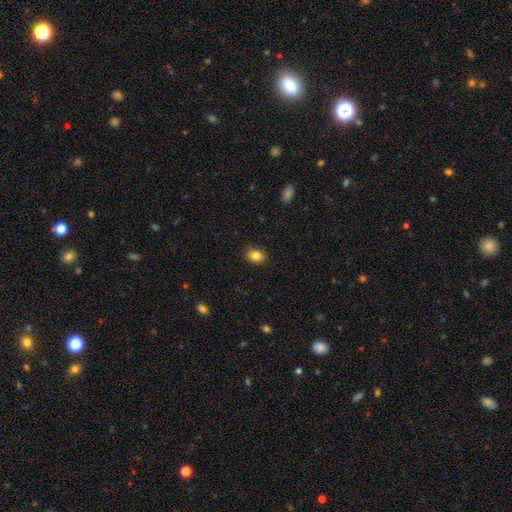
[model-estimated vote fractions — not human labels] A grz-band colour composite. It shows a smooth galaxy with no disk features (85%) that is in between round and cigar-shaped (57%). Merging: none (84%).